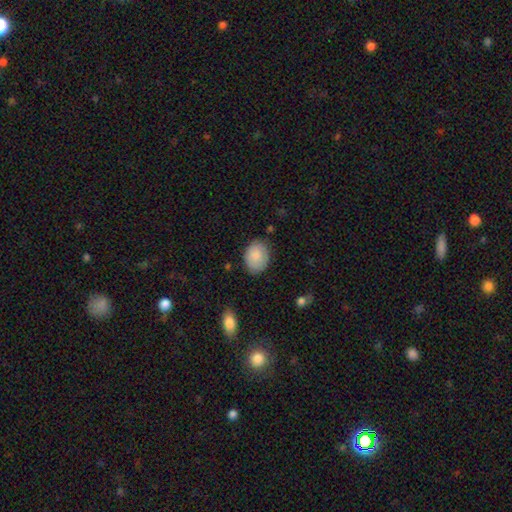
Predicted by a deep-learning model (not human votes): A smooth galaxy with no disk features (85%) that is in between round and cigar-shaped (66%).

Vote fractions:
- Smooth or featured? smooth: 85% / featured or disk: 8% / star or artifact: 7%
- How rounded? in between: 66% / round: 33% / cigar-shaped: 1%
- Merging? none: 79% / minor disturbance: 17% / major disturbance: 3% / merger: 2%